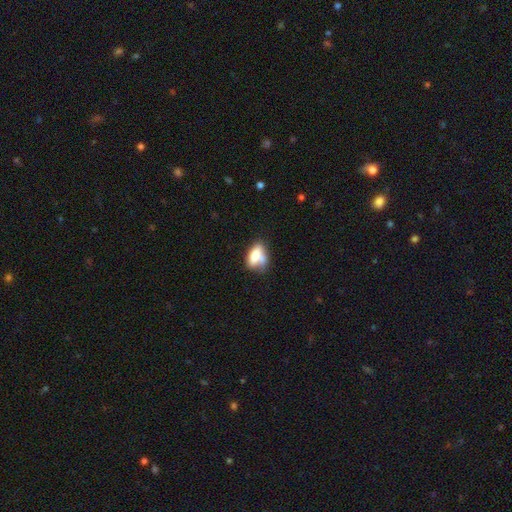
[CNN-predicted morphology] Smooth or featured?
  - smooth: 70% *
  - featured or disk: 21%
  - star or artifact: 9%
How rounded?
  - in between: 80% *
  - cigar-shaped: 11%
  - round: 9%
Merging?
  - none: 36% *
  - merger: 30%
  - minor disturbance: 22%
  - major disturbance: 12%